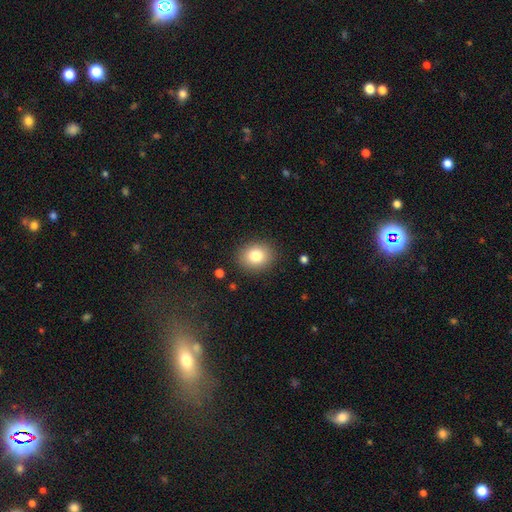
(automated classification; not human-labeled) Q: Smooth or featured?
A: smooth (83%); runner-up: star or artifact (9%)
Q: How rounded?
A: round (60%); runner-up: in between (39%)
Q: Merging?
A: none (88%); runner-up: minor disturbance (8%)